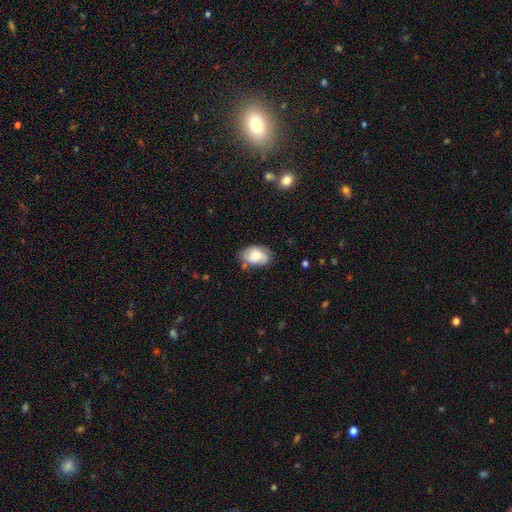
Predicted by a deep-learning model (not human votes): Q: Smooth or featured?
A: smooth (58%); runner-up: featured or disk (33%)
Q: How rounded?
A: in between (84%); runner-up: round (15%)
Q: Merging?
A: none (65%); runner-up: minor disturbance (25%)